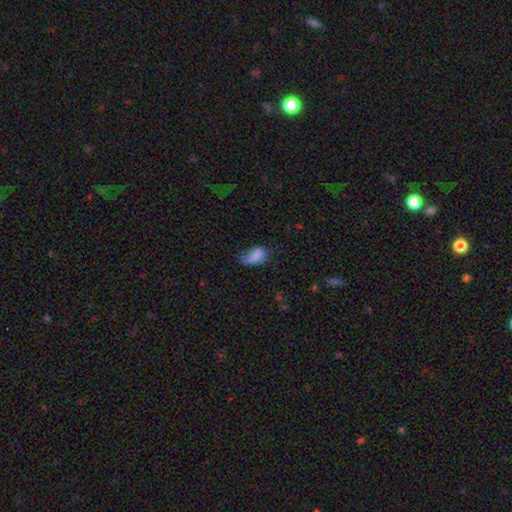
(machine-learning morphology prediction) A smooth galaxy with no disk features (74%) that is in between round and cigar-shaped (91%). Merging: minor disturbance (34%).